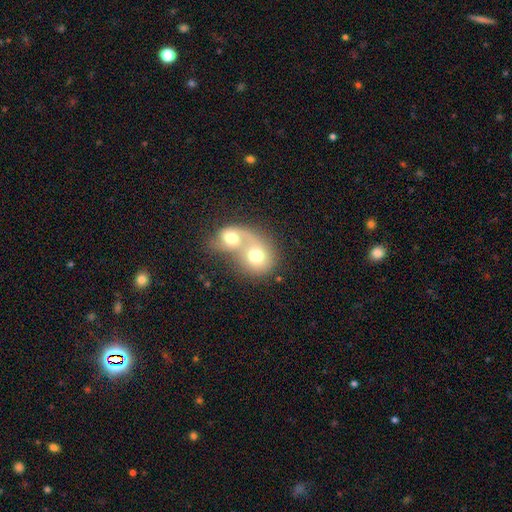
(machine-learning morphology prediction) A smooth galaxy with no disk features (62%) that is round (68%). Merging: merger (80%).